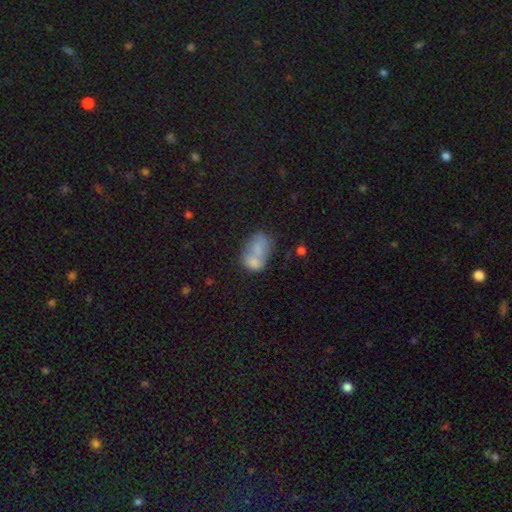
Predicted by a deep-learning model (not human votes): smooth-or-featured: smooth: 65% | featured or disk: 25% | star or artifact: 10%
  how-rounded: in between: 79% | round: 19% | cigar-shaped: 2%
  merging: merger: 53% | none: 25% | minor disturbance: 13% | major disturbance: 9%